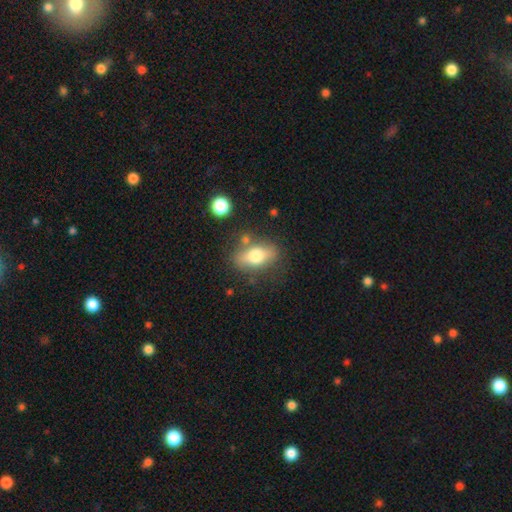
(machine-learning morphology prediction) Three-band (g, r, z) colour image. It shows a smooth galaxy with no disk features (65%) that is in between round and cigar-shaped (81%). Merging: none (71%).